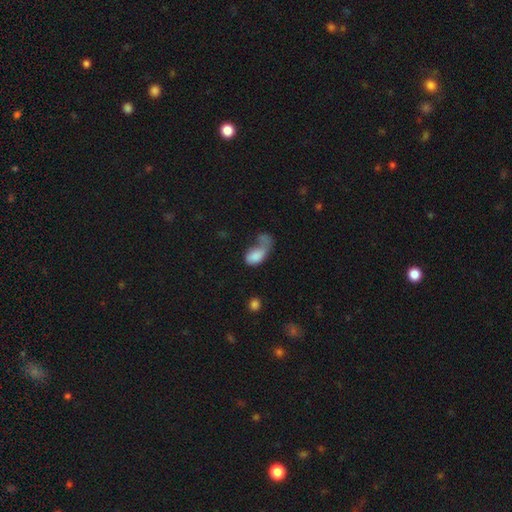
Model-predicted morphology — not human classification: This is likely a smooth galaxy (72%). How rounded: clearly in between (87%). Merging: marginally major disturbance (43%).